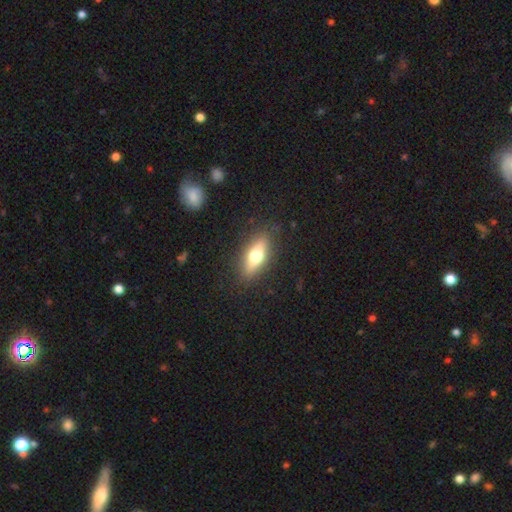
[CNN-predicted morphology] The model was most divided on "smooth or featured": smooth: 57%, featured or disk: 35%, star or artifact: 8%. More confident: merging — none (87%); how rounded — in between (60%).